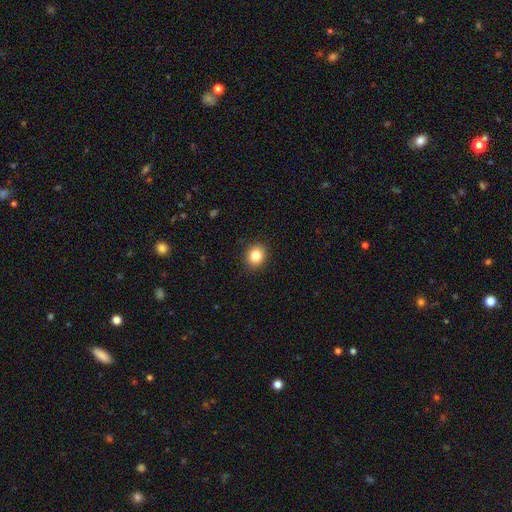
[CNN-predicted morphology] smooth_or_featured: smooth (p=0.84) [alt: star or artifact p=0.10]
how_rounded: round (p=0.74) [alt: in between p=0.26]
merging: none (p=0.91) [alt: minor disturbance p=0.06]